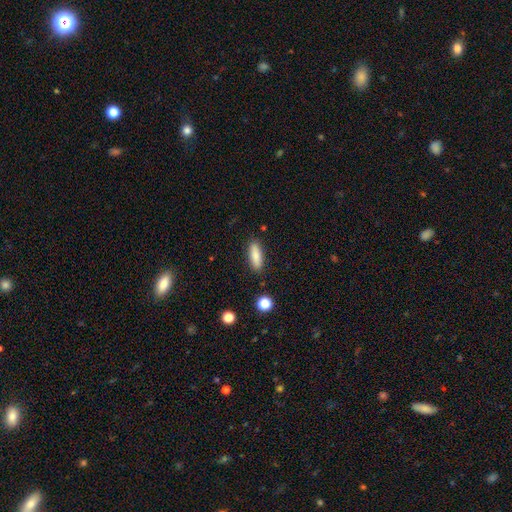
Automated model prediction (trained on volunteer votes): Smooth or featured: smooth — 83% (featured or disk — 9%)
How rounded: in between — 56% (cigar-shaped — 42%)
Merging: none — 87% (minor disturbance — 9%)